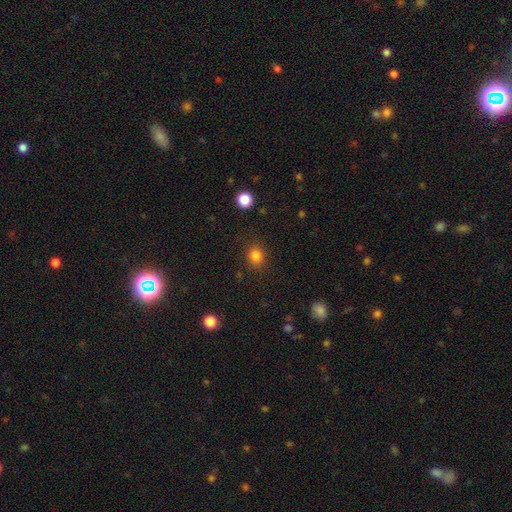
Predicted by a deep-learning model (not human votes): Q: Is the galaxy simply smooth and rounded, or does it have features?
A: smooth — 83%.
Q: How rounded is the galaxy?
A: round — 81%.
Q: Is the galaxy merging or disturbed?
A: none — 86%.